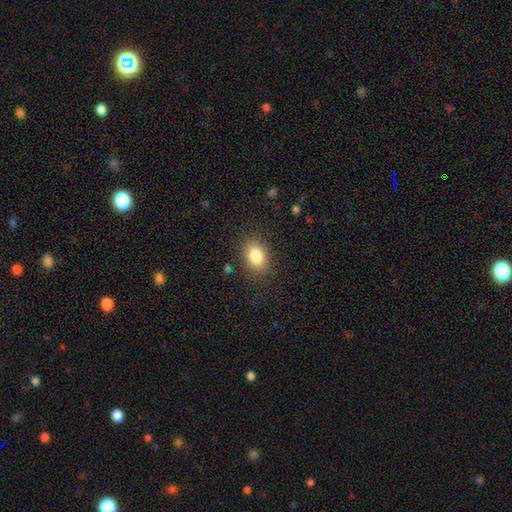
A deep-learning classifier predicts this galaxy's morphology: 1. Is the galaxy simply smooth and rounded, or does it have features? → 84% smooth, 9% star or artifact, 8% featured or disk.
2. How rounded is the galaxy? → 83% in between, 15% round, 2% cigar-shaped.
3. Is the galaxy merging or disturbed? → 84% none, 11% minor disturbance, 4% major disturbance, 1% merger.